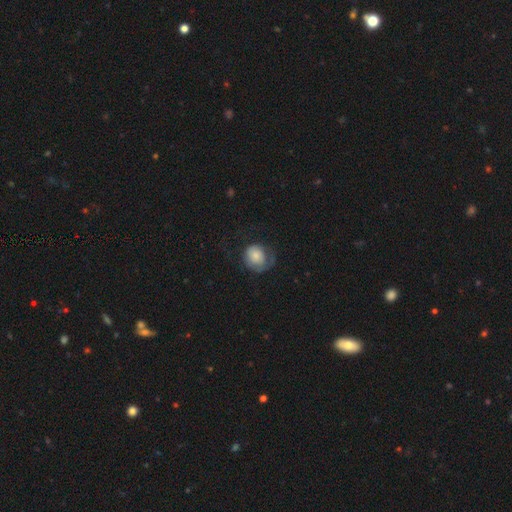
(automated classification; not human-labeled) Smooth or featured? smooth (70%)
How rounded? round (74%)
Merging? none (41%)